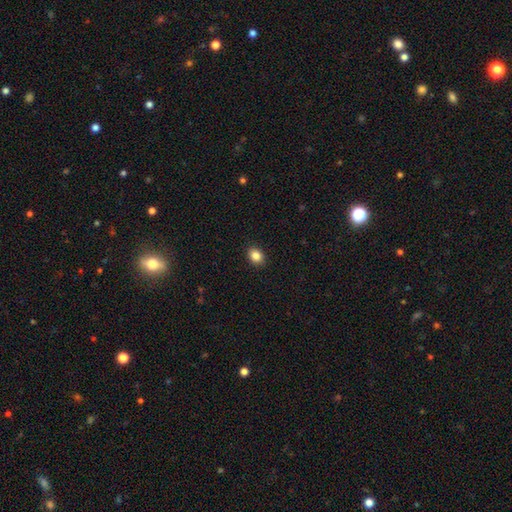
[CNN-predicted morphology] smooth-or-featured: smooth: 86% | star or artifact: 10% | featured or disk: 4%
  how-rounded: in between: 53% | round: 46% | cigar-shaped: 1%
  merging: none: 91% | minor disturbance: 7% | major disturbance: 2% | merger: 1%